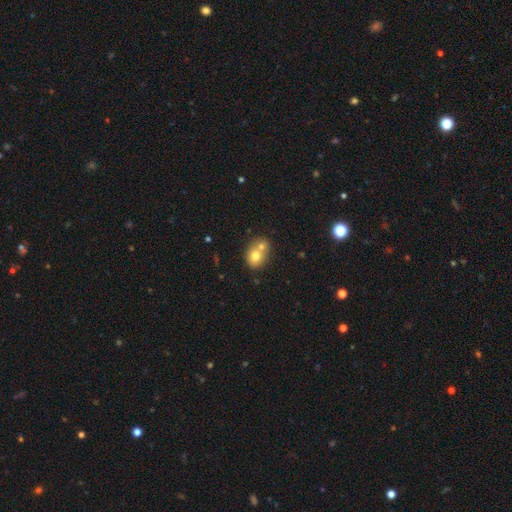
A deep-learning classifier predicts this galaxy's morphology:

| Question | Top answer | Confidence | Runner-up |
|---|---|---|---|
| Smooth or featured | smooth | 71% | featured or disk (18%) |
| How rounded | round | 62% | in between (38%) |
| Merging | merger | 57% | none (32%) |